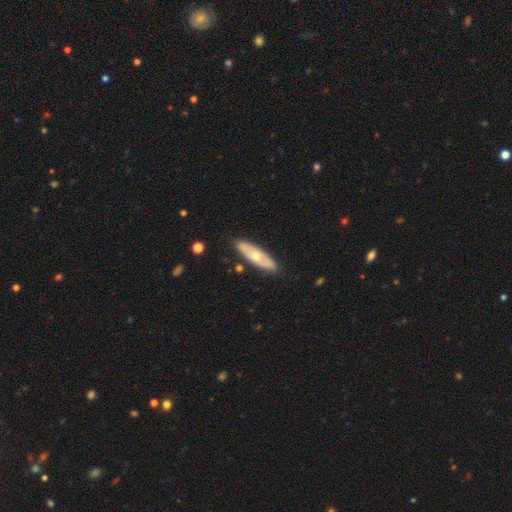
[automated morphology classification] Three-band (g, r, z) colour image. It shows a featured or disk galaxy (52%). Merging: none (85%).